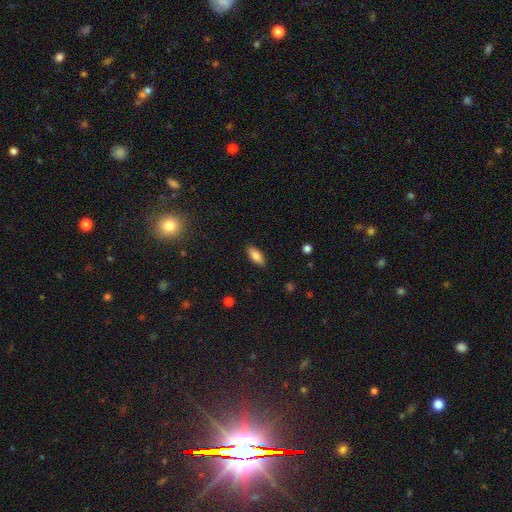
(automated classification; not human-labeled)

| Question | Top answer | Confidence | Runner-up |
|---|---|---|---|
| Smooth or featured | smooth | 82% | featured or disk (10%) |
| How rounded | in between | 83% | cigar-shaped (15%) |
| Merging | none | 88% | minor disturbance (9%) |